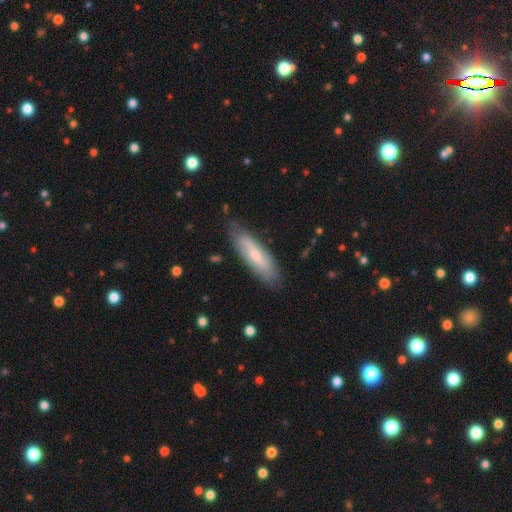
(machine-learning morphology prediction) smooth 59%, featured or disk 35%, star or artifact 6%. Down the decision tree: how rounded — cigar-shaped (57%); merging — none (77%).